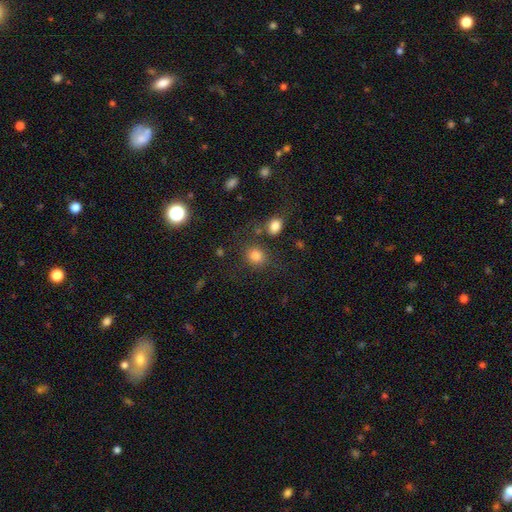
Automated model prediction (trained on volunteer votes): Morphology: type=smooth (82%); roundness=round (75%); merging=none (72%).